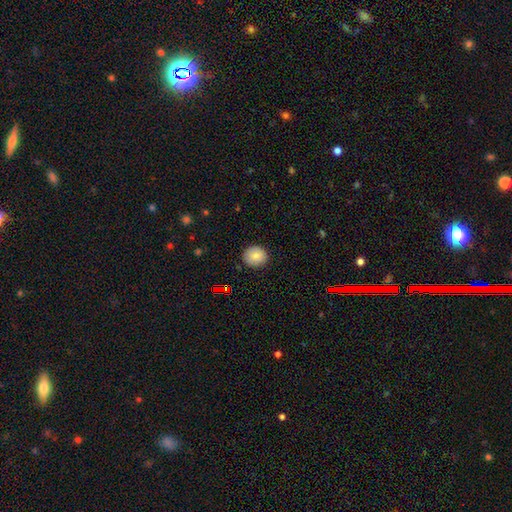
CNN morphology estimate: This is clearly a smooth galaxy (82%). How rounded: clearly round (81%). Merging: clearly none (87%).